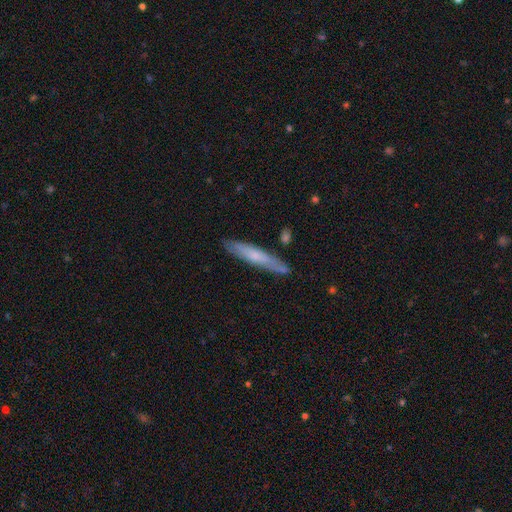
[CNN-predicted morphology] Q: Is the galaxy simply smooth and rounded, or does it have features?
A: smooth — 53%.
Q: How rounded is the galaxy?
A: cigar-shaped — 92%.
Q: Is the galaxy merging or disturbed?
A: none — 82%.